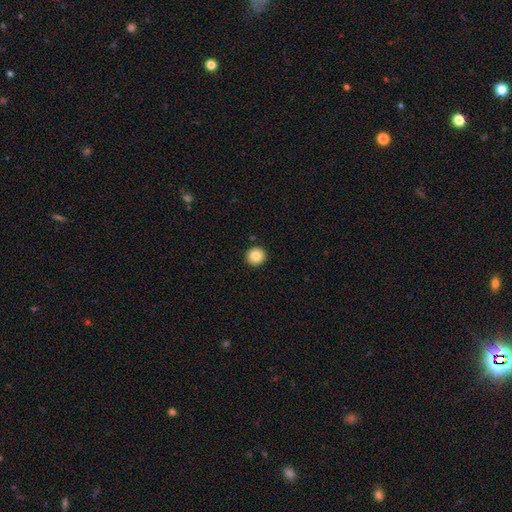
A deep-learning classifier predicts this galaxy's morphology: A smooth galaxy with no disk features (85%) that is round (95%).

Vote fractions:
- Smooth or featured? smooth: 85% / star or artifact: 9% / featured or disk: 6%
- How rounded? round: 95% / in between: 4% / cigar-shaped: 1%
- Merging? none: 93% / minor disturbance: 5% / major disturbance: 1% / merger: 1%